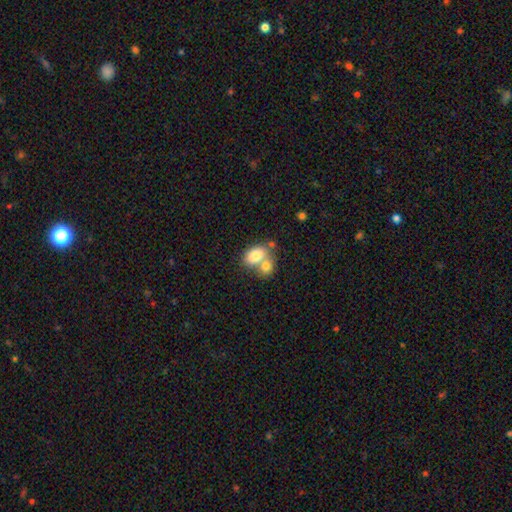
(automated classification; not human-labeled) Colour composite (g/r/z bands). It shows a smooth galaxy with no disk features (78%) that is in between round and cigar-shaped (80%). Merging: merger (58%).